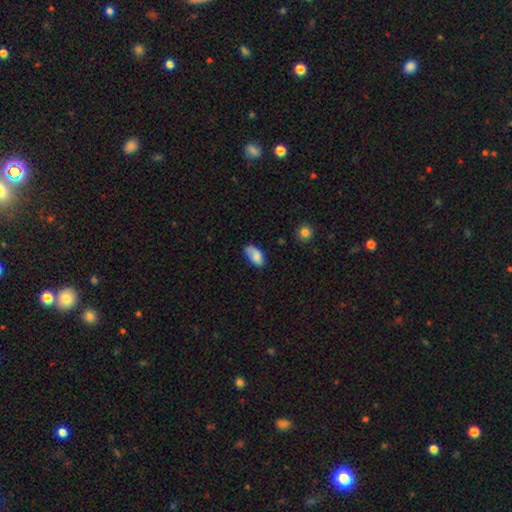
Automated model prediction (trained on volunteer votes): Q: Smooth or featured?
A: smooth (83%); runner-up: featured or disk (10%)
Q: How rounded?
A: in between (93%); runner-up: cigar-shaped (4%)
Q: Merging?
A: none (56%); runner-up: minor disturbance (33%)